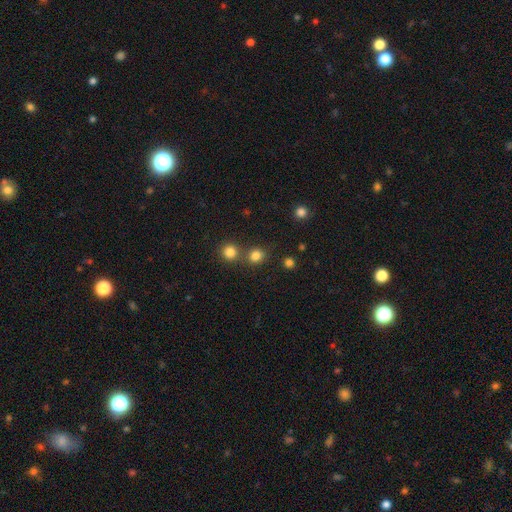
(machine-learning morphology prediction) A smooth galaxy with no disk features (81%) that is round (79%). Merging: none (69%).